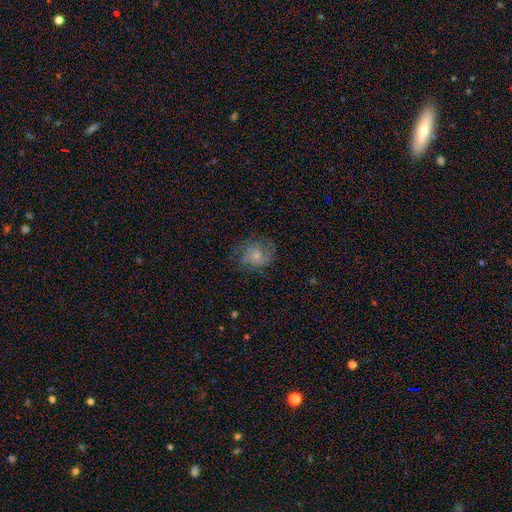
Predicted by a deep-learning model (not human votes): Smooth or featured: featured or disk — 59% (smooth — 33%)
Edge-on disk: no — 98% (yes — 2%)
Bar: no — 74% (weak — 23%)
Spiral arms: yes — 87% (no — 13%)
Spiral winding: tight — 43% (medium — 41%)
Spiral arm count: 2 — 45% (can't tell — 26%)
Bulge size: small — 61% (moderate — 27%)
Merging: none — 65% (minor disturbance — 21%)